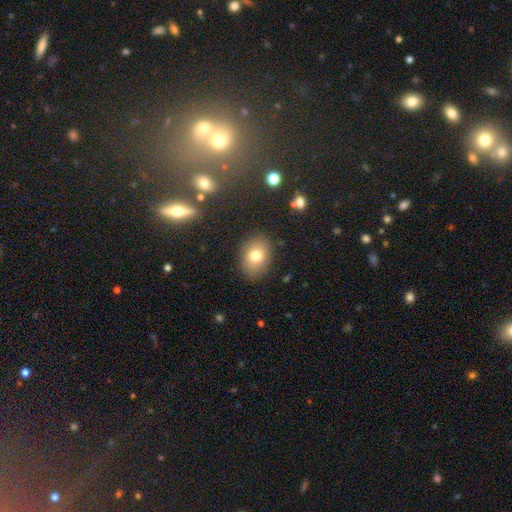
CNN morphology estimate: A smooth galaxy with no disk features (76%) that is in between round and cigar-shaped (66%).

Vote fractions:
- Smooth or featured? smooth: 76% / featured or disk: 14% / star or artifact: 11%
- How rounded? in between: 66% / round: 32% / cigar-shaped: 1%
- Merging? none: 86% / minor disturbance: 10% / major disturbance: 3% / merger: 1%